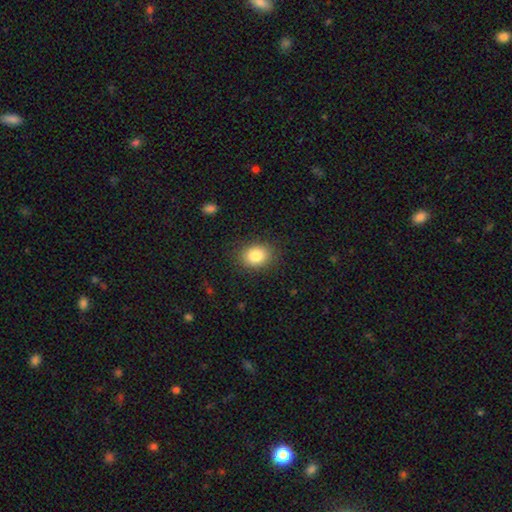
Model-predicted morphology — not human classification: smooth 85%, star or artifact 9%, featured or disk 6%. Down the decision tree: how rounded — in between (56%); merging — none (86%).